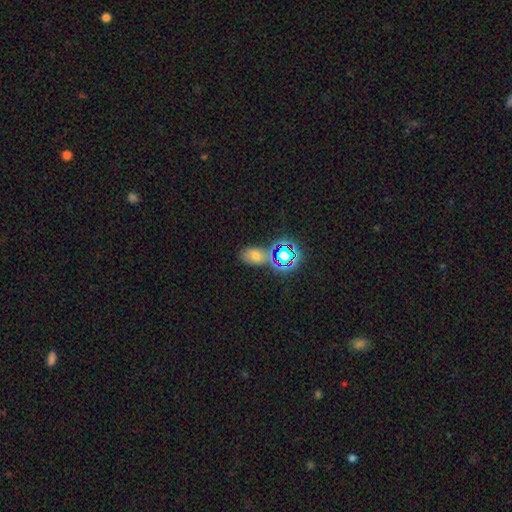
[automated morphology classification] A smooth galaxy with no disk features (56%) that is in between round and cigar-shaped (83%). Merging: none (67%).